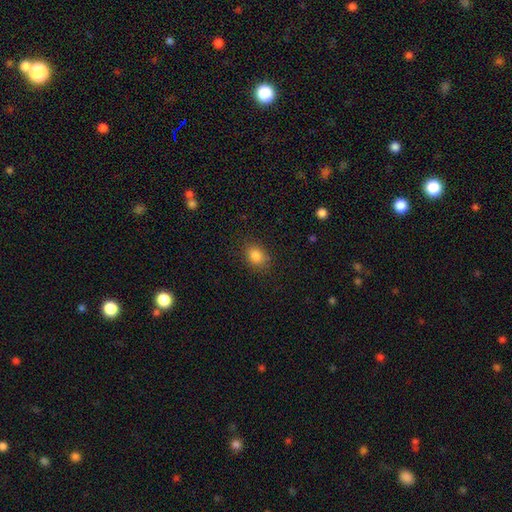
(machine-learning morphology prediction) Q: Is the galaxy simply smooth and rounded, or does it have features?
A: smooth — 85%.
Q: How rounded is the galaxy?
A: in between — 64%.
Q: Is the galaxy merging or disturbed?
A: none — 83%.